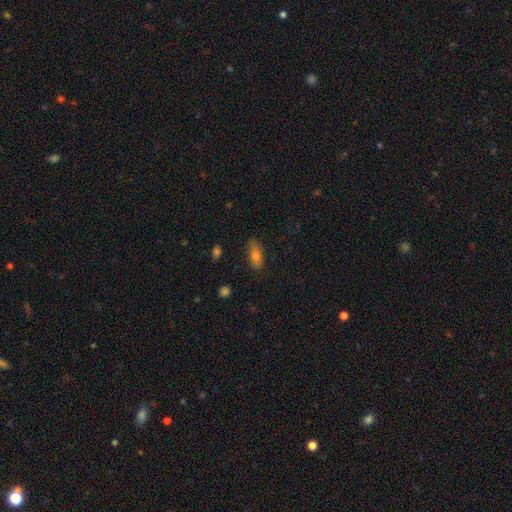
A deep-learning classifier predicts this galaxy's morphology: Smooth or featured? smooth (77%)
How rounded? in between (81%)
Merging? none (73%)